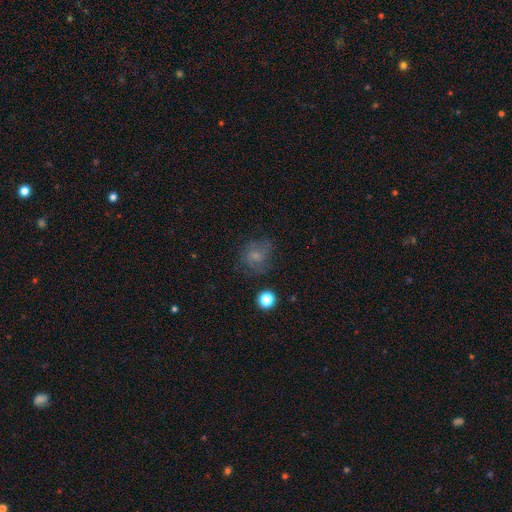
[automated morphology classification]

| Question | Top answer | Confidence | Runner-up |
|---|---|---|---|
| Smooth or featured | smooth | 57% | featured or disk (27%) |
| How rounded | round | 69% | in between (30%) |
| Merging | none | 61% | minor disturbance (22%) |